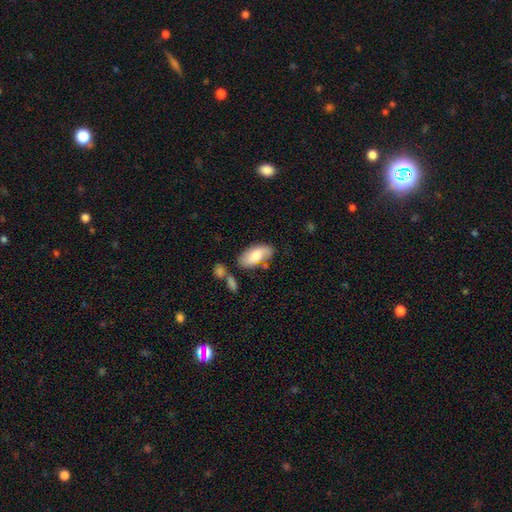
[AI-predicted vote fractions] smooth_or_featured: smooth (p=0.76) [alt: featured or disk p=0.17]
how_rounded: in between (p=0.91) [alt: cigar-shaped p=0.06]
merging: none (p=0.67) [alt: minor disturbance p=0.19]